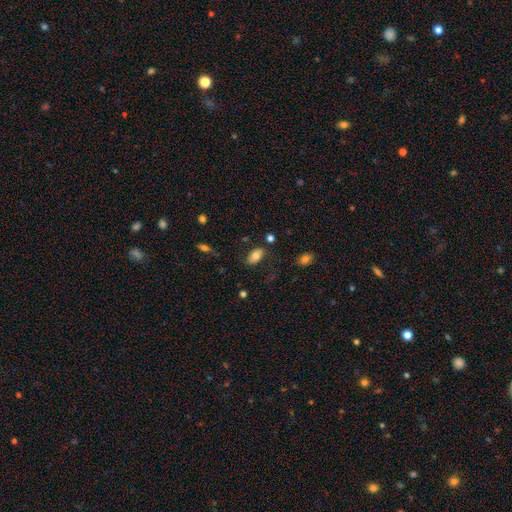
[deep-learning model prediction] This appears to be a smooth galaxy with no disk features (75%) that is in between round and cigar-shaped (92%). Merging: none (76%).